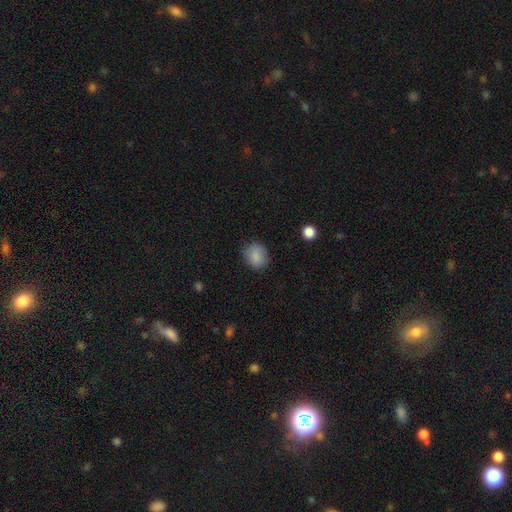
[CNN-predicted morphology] Smooth or featured? smooth (86%)
How rounded? round (57%)
Merging? none (80%)